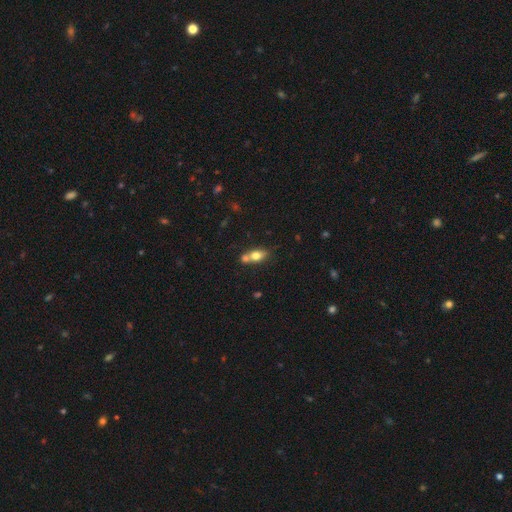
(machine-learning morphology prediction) A smooth galaxy with no disk features (72%) that is in between round and cigar-shaped (77%).

Vote fractions:
- Smooth or featured? smooth: 72% / featured or disk: 20% / star or artifact: 9%
- How rounded? in between: 77% / round: 14% / cigar-shaped: 9%
- Merging? merger: 43% / none: 41% / minor disturbance: 12% / major disturbance: 4%